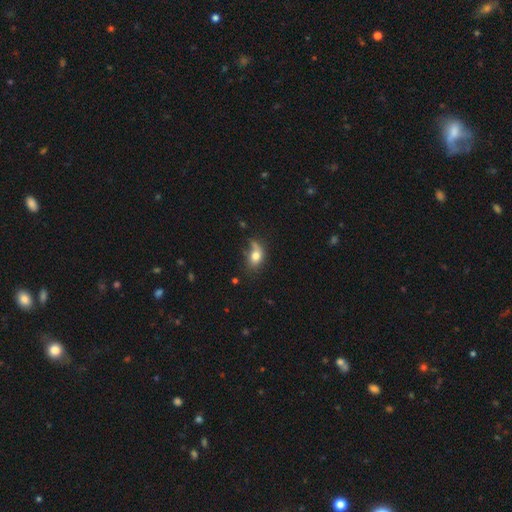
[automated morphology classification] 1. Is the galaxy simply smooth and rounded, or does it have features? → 75% smooth, 16% featured or disk, 10% star or artifact.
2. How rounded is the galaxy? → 75% in between, 23% round, 3% cigar-shaped.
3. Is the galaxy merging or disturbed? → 43% none, 29% minor disturbance, 18% major disturbance, 10% merger.